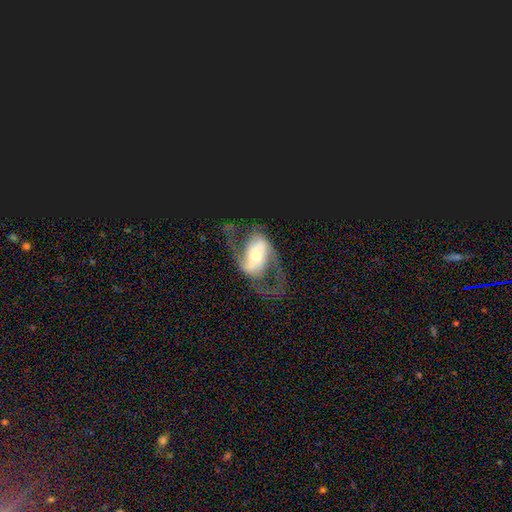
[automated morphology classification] Smooth or featured? featured or disk (83%)
Edge-on disk? no (96%)
Bar? strong (37%)
Spiral arms? yes (89%)
Spiral winding? loose (47%)
Spiral arm count? 2 (91%)
Bulge size? moderate (53%)
Merging? none (62%)